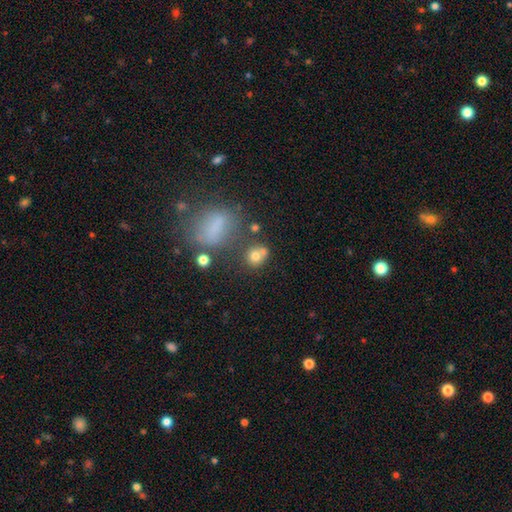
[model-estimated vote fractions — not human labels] This is likely a smooth galaxy (73%). How rounded: likely round (75%). Merging: possibly none (54%).